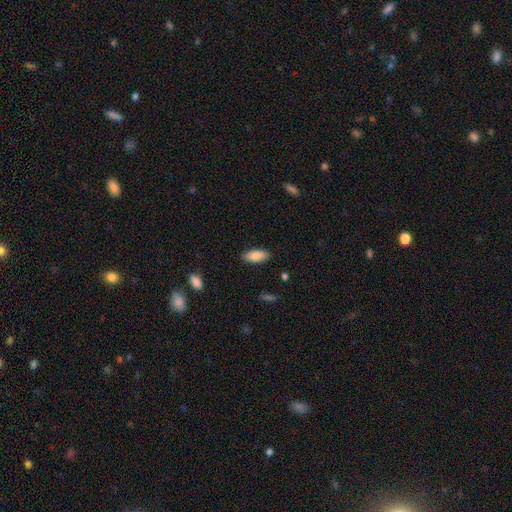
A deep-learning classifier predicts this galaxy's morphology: Smooth or featured? Predicted: smooth (p=0.86). How rounded? Predicted: in between (p=0.84). Merging? Predicted: none (p=0.87).